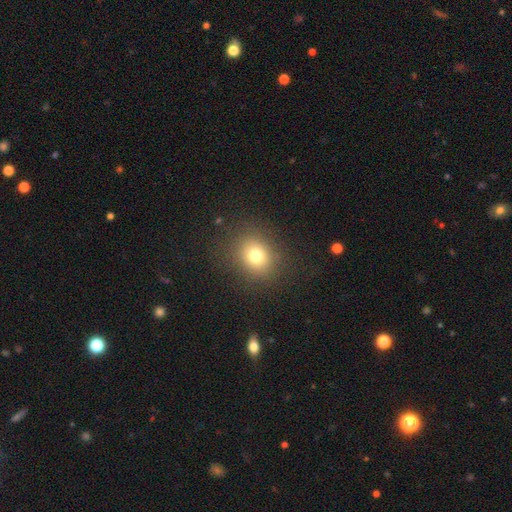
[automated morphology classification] A smooth galaxy with no disk features (74%) that is round (67%).

Vote fractions:
- Smooth or featured? smooth: 74% / star or artifact: 15% / featured or disk: 10%
- How rounded? round: 67% / in between: 33% / cigar-shaped: 1%
- Merging? none: 86% / minor disturbance: 9% / major disturbance: 5% / merger: 1%